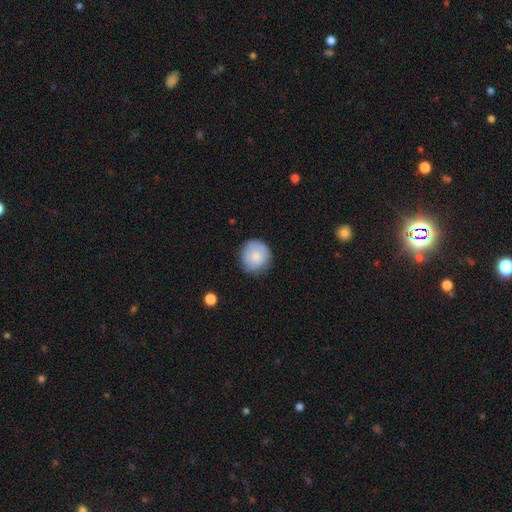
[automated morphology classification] smooth-or-featured: smooth: 74% | featured or disk: 19% | star or artifact: 7%
  how-rounded: round: 90% | in between: 9% | cigar-shaped: 1%
  merging: none: 77% | minor disturbance: 18% | major disturbance: 4% | merger: 2%